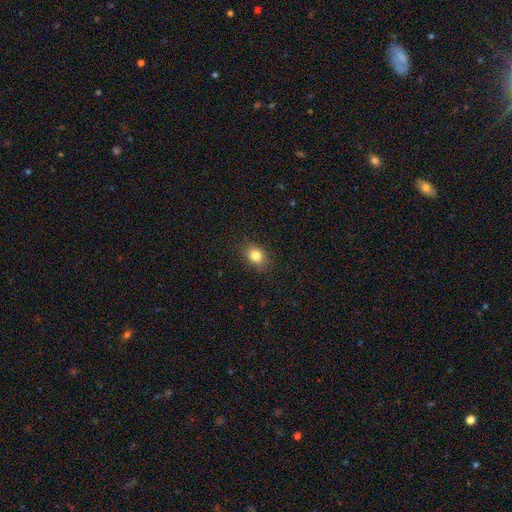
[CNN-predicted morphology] Smooth or featured? smooth (83%)
How rounded? in between (56%)
Merging? none (85%)